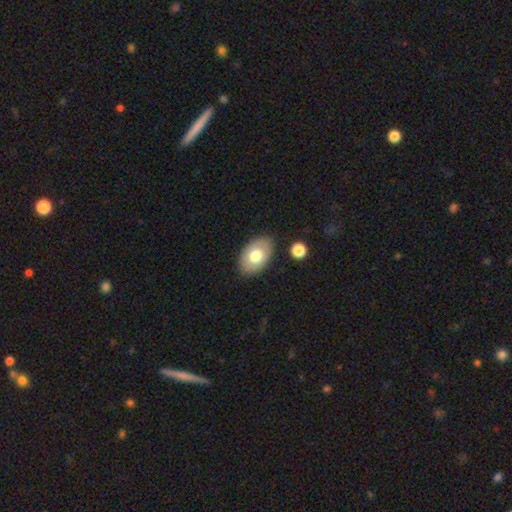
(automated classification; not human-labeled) This is likely a smooth galaxy (71%). How rounded: clearly in between (89%). Merging: clearly none (84%).